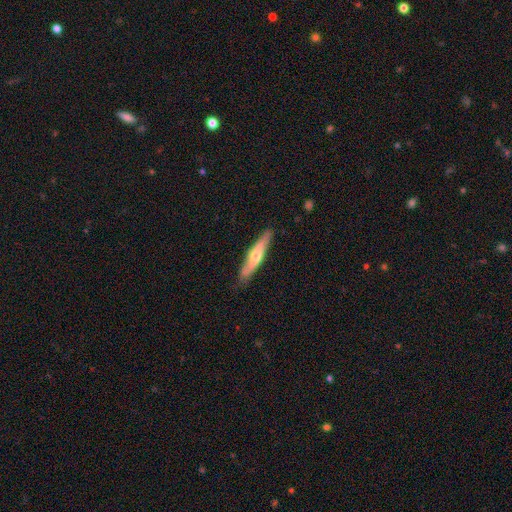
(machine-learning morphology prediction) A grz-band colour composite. It shows a smooth galaxy with no disk features (48%). Merging: none (83%).